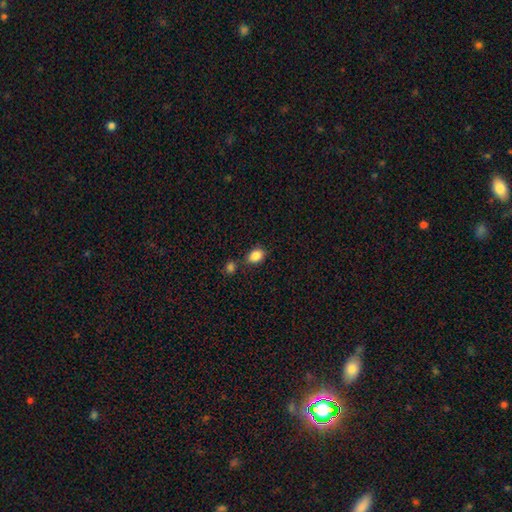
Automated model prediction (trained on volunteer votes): This is clearly a smooth galaxy (87%). How rounded: likely in between (77%). Merging: likely none (70%).